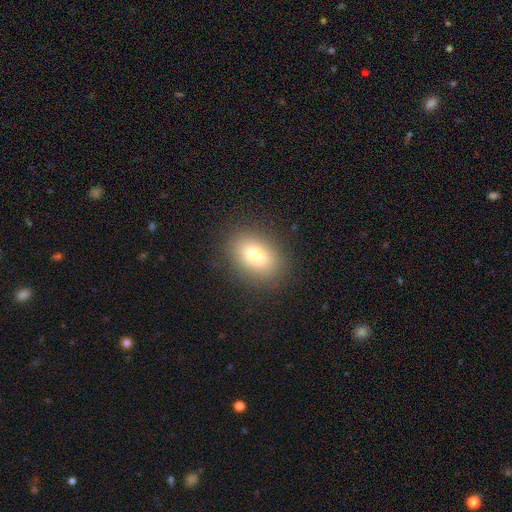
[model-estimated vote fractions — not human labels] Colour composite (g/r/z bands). It shows a smooth galaxy with no disk features (78%) that is in between round and cigar-shaped (81%). Merging: none (86%).